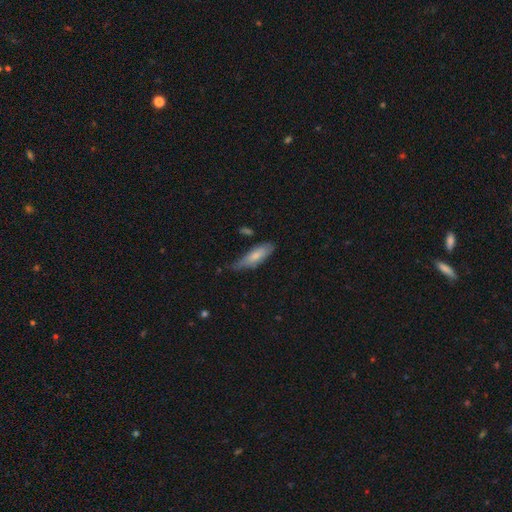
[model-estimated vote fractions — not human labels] This is likely a smooth galaxy (75%). How rounded: possibly in between (55%). Merging: possibly none (48%).